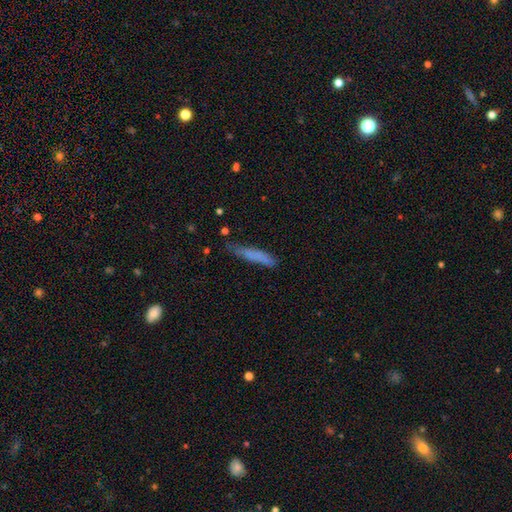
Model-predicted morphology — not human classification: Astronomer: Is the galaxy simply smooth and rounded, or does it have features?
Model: smooth — 70%.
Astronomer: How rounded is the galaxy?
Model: cigar-shaped — 91%.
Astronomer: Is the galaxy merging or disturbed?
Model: none — 65%.